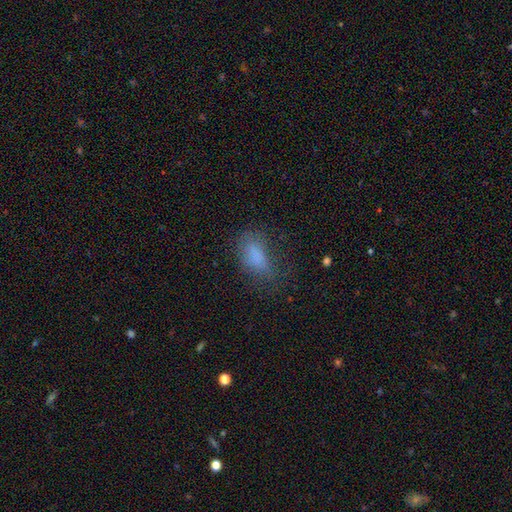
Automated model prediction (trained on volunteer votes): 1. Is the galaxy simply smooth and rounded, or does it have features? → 76% smooth, 14% star or artifact, 10% featured or disk.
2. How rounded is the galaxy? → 85% in between, 8% cigar-shaped, 7% round.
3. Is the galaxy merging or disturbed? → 56% none, 25% minor disturbance, 18% major disturbance, 2% merger.